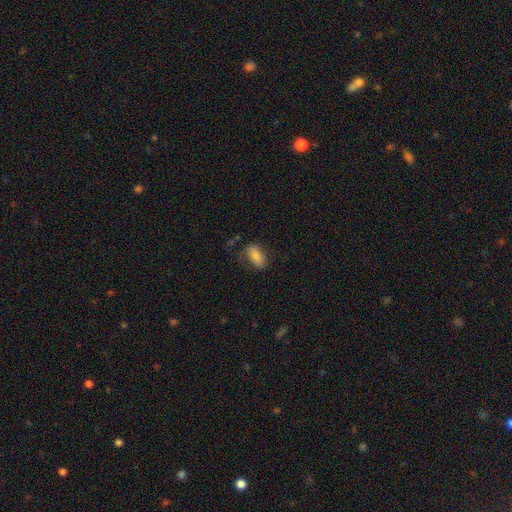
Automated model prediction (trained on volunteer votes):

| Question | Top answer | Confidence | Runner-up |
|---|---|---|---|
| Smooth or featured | smooth | 79% | featured or disk (13%) |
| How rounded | in between | 91% | cigar-shaped (5%) |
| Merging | none | 67% | minor disturbance (21%) |